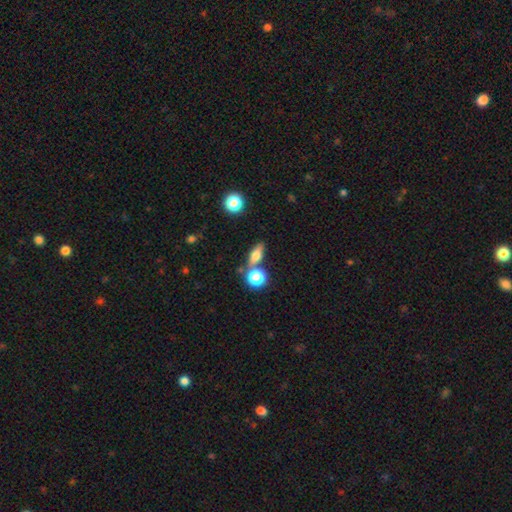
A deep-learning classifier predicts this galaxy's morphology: This appears to be a smooth galaxy with no disk features (61%) that is in between round and cigar-shaped (53%). Merging: none (67%).